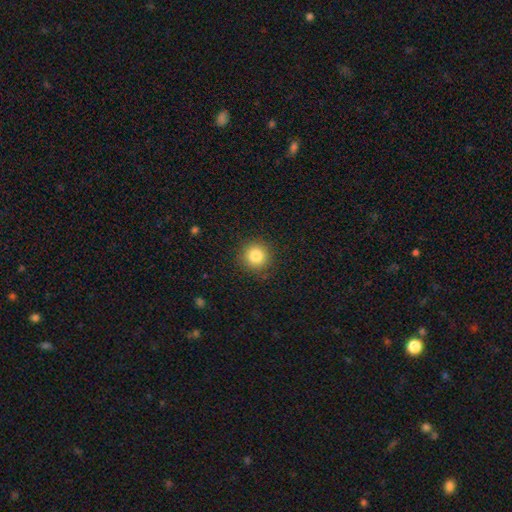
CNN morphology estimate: The model was most divided on "smooth or featured": smooth: 83%, star or artifact: 11%, featured or disk: 6%. More confident: how rounded — round (94%); merging — none (90%).